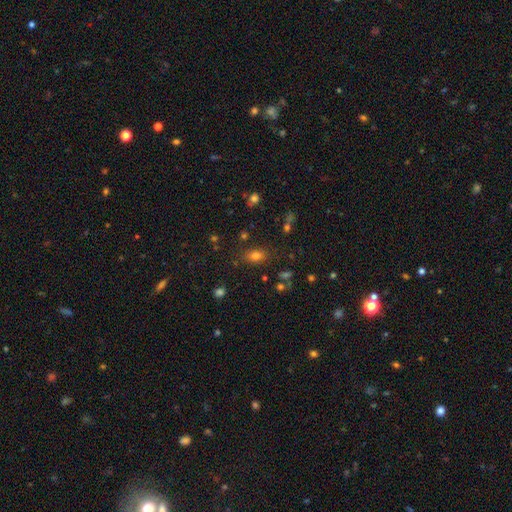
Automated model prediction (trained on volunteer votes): Q: Smooth or featured?
A: smooth (76%); runner-up: star or artifact (15%)
Q: How rounded?
A: in between (78%); runner-up: round (20%)
Q: Merging?
A: none (79%); runner-up: minor disturbance (13%)